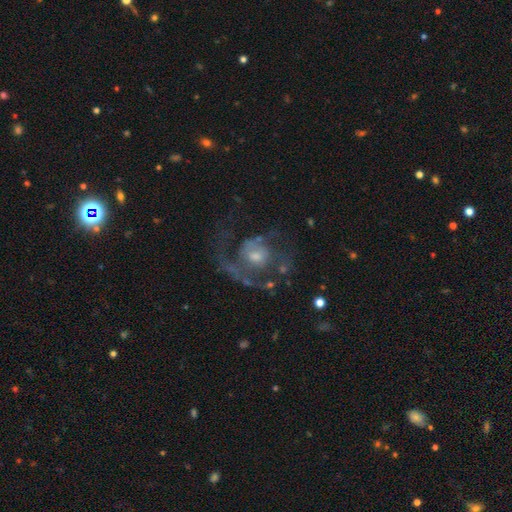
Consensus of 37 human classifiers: This is likely a featured or disk galaxy (70%). It is clearly not viewed edge-on (92%). Bar: clearly no (83%). Spiral arm pattern: likely yes (75%). Spiral arm count: likely 1 (67%). Spiral winding: marginally loose (39%). Central bulge: possibly small (54%). Merging: possibly major disturbance (50%).